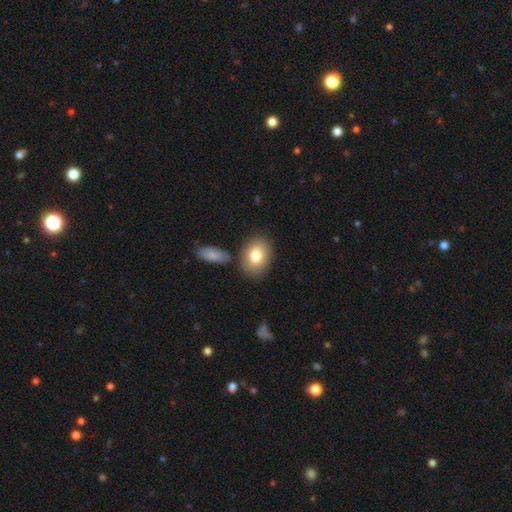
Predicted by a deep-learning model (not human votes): smooth-or-featured: smooth: 80% | featured or disk: 13% | star or artifact: 7%
  how-rounded: in between: 80% | round: 19% | cigar-shaped: 1%
  merging: none: 79% | minor disturbance: 11% | merger: 8% | major disturbance: 3%